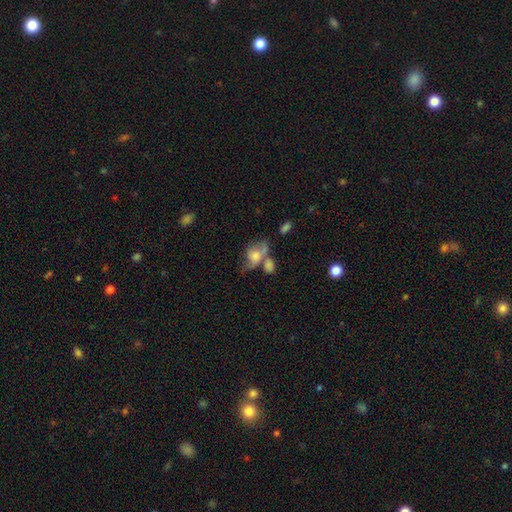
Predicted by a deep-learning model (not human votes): smooth-or-featured: smooth: 59% | featured or disk: 31% | star or artifact: 10%
  how-rounded: in between: 68% | round: 29% | cigar-shaped: 3%
  merging: merger: 41% | none: 24% | major disturbance: 18% | minor disturbance: 18%